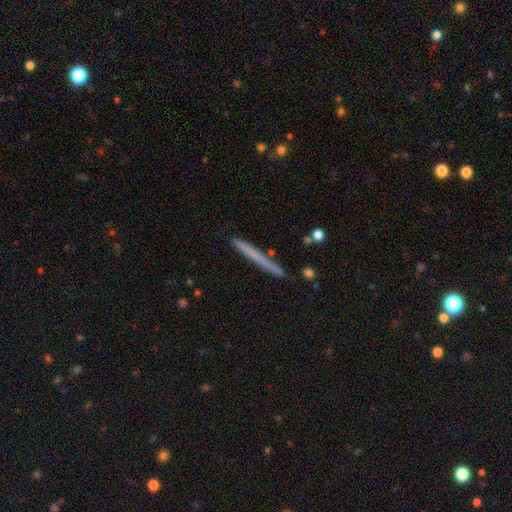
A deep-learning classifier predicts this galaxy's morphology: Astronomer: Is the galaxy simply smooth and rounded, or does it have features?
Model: smooth — 58% (runner-up: featured or disk, 35%).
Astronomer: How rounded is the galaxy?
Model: cigar-shaped — 97%.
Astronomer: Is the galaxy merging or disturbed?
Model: none — 88%.